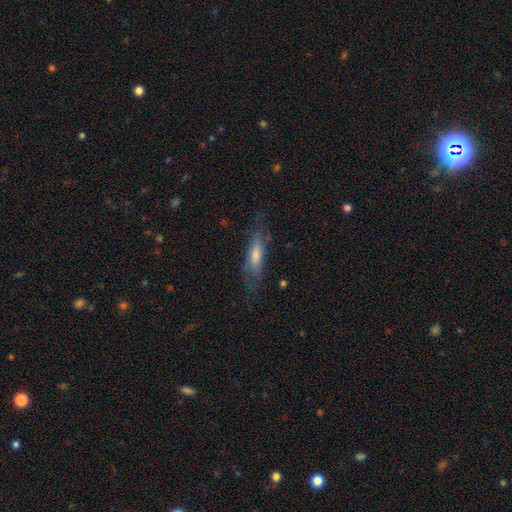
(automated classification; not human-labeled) Morphology: type=smooth (59%); roundness=cigar-shaped (65%); merging=none (69%).